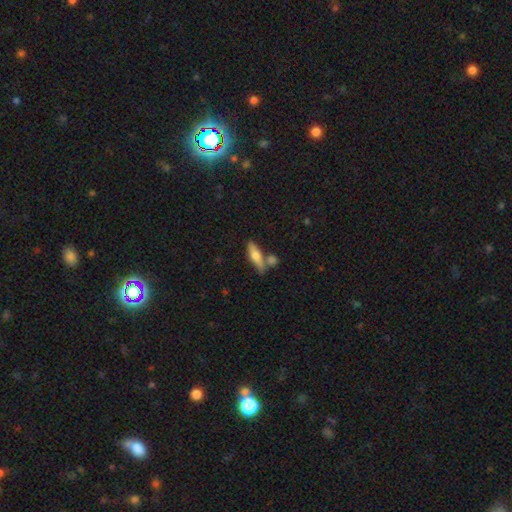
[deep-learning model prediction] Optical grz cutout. It shows a smooth galaxy with no disk features (62%) that is cigar-shaped (56%). Merging: none (62%).